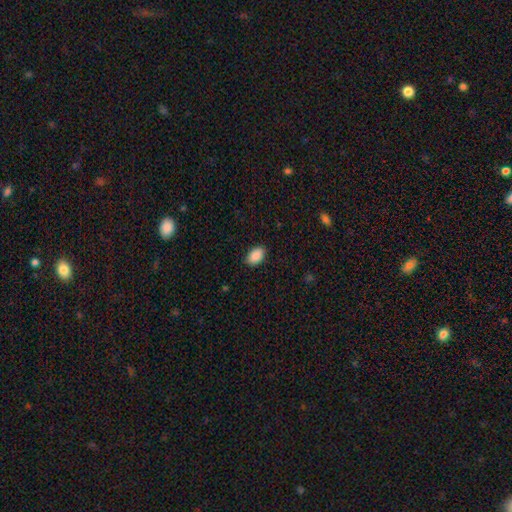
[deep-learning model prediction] Overall: smooth (90%). How rounded: in between (92%). Merging: none (87%).